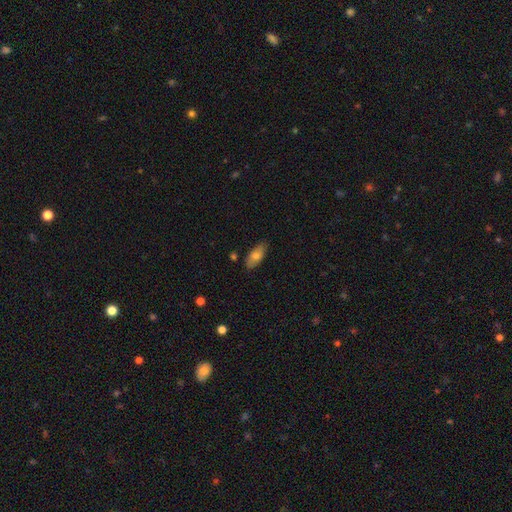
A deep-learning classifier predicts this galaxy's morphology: Smooth or featured? smooth (74%)
How rounded? in between (86%)
Merging? none (82%)